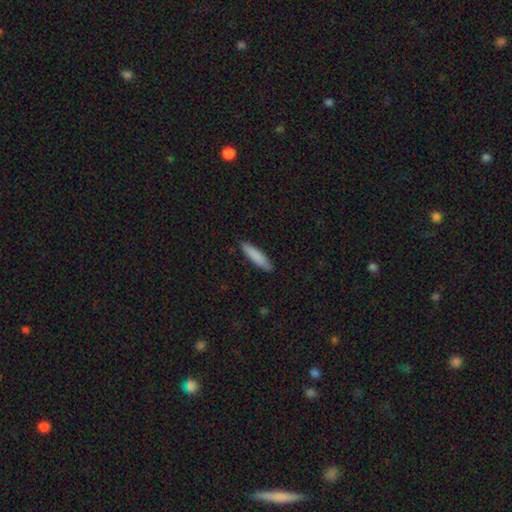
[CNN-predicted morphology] type=smooth (85%); roundness=cigar-shaped (82%); merging=none (89%).